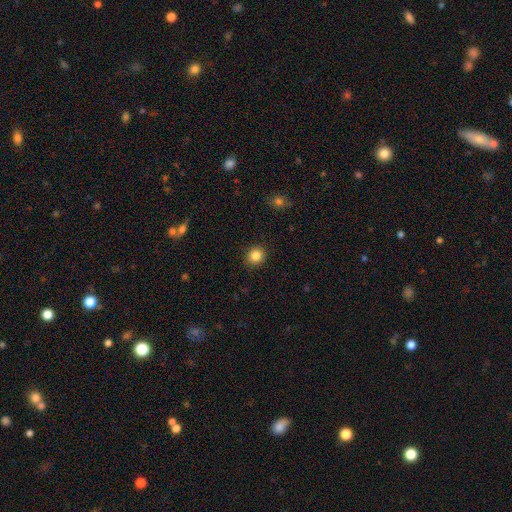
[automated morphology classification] Overall: smooth (85%). How rounded: round (82%). Merging: none (90%).